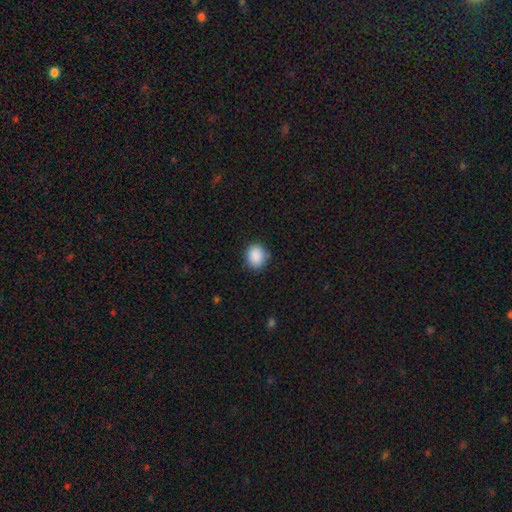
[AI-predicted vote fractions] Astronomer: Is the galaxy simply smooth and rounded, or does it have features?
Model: smooth — 89%.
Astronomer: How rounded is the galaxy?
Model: round — 64%.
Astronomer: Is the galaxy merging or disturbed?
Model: none — 84%.